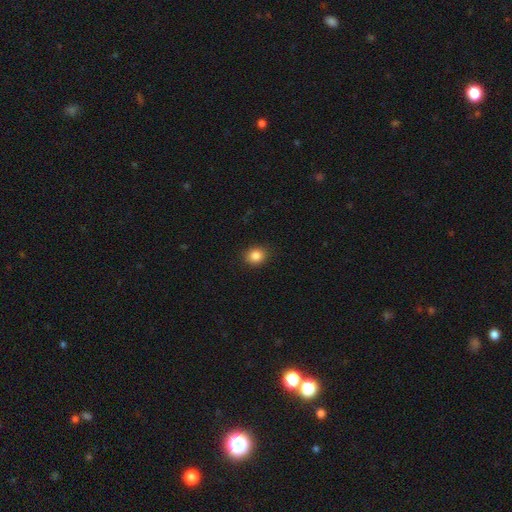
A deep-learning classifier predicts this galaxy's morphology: Overall: smooth (85%). How rounded: round (67%; in between 32%). Merging: none (89%).